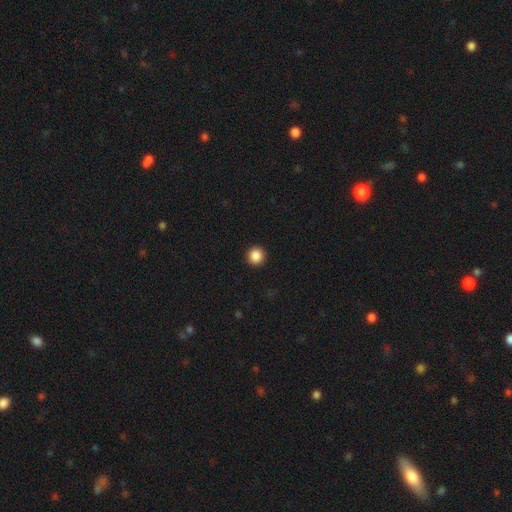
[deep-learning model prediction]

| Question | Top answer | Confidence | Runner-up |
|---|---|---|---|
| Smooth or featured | smooth | 88% | star or artifact (9%) |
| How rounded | round | 94% | in between (5%) |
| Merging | none | 93% | minor disturbance (4%) |